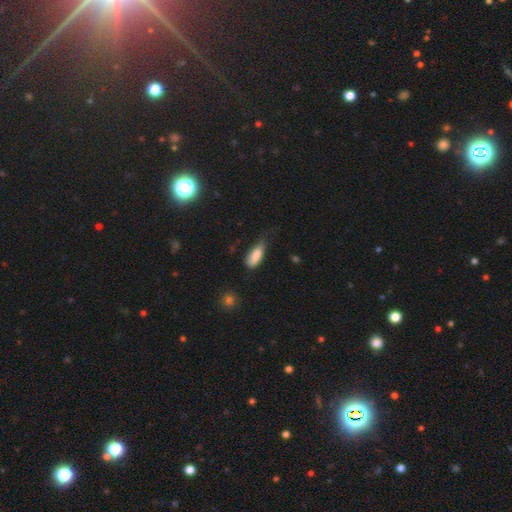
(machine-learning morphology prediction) type=smooth (83%); roundness=in between (78%); merging=none (43%).